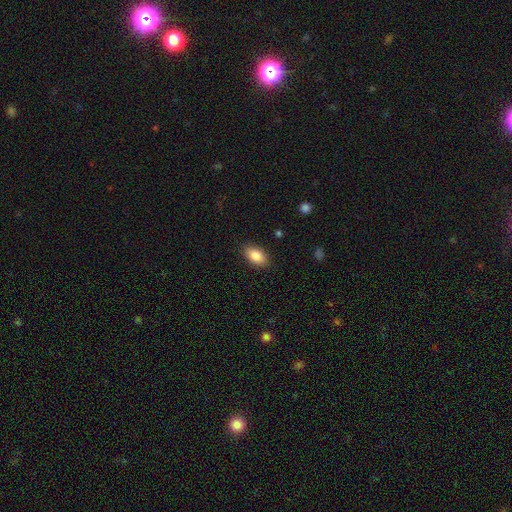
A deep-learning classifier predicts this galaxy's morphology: Smooth or featured?
  - smooth: 86% *
  - star or artifact: 7%
  - featured or disk: 7%
How rounded?
  - in between: 91% *
  - round: 6%
  - cigar-shaped: 2%
Merging?
  - none: 87% *
  - minor disturbance: 9%
  - major disturbance: 2%
  - merger: 1%